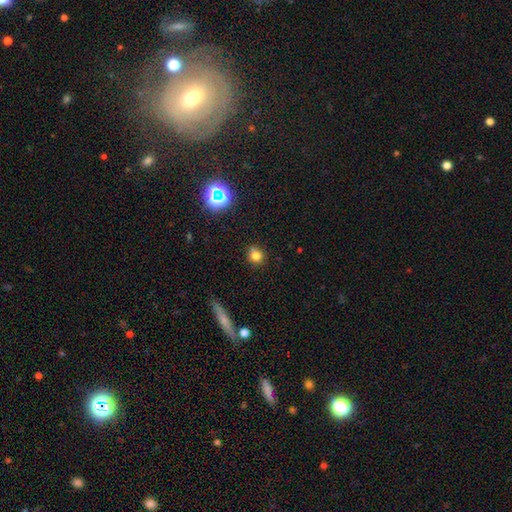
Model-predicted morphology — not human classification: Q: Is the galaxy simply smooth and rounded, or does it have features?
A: smooth — 76%.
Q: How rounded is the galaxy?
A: round — 84%.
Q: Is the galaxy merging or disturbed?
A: none — 74%.